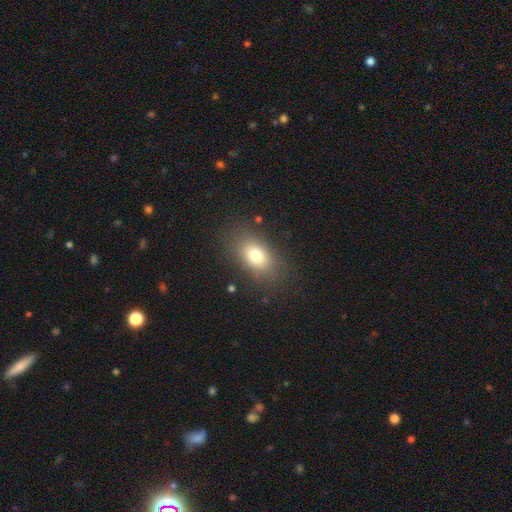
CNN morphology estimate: The model was most divided on "smooth or featured": smooth: 78%, featured or disk: 12%, star or artifact: 11%. More confident: how rounded — in between (85%); merging — none (83%).